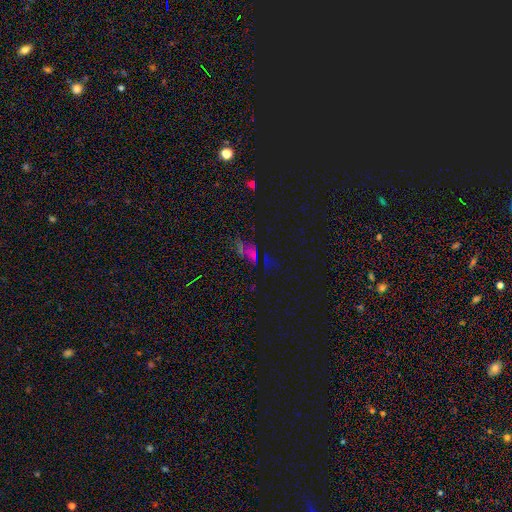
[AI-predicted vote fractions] smooth_or_featured: star or artifact (p=0.56) [alt: smooth p=0.27]